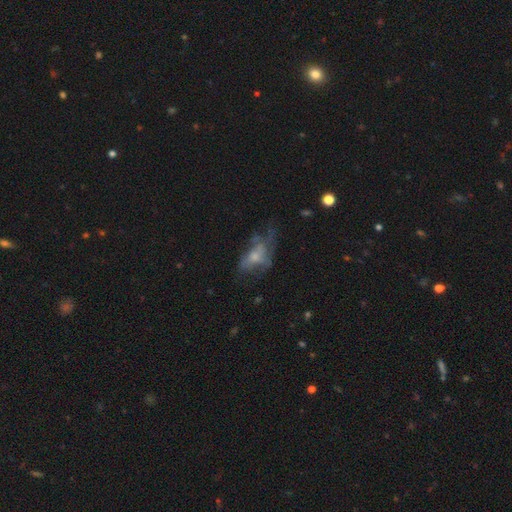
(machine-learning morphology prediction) smooth_or_featured: featured or disk (p=0.51) [alt: smooth p=0.37]
disk_edge_on: no (p=0.93) [alt: yes p=0.07]
merging: major disturbance (p=0.38) [alt: none p=0.35]